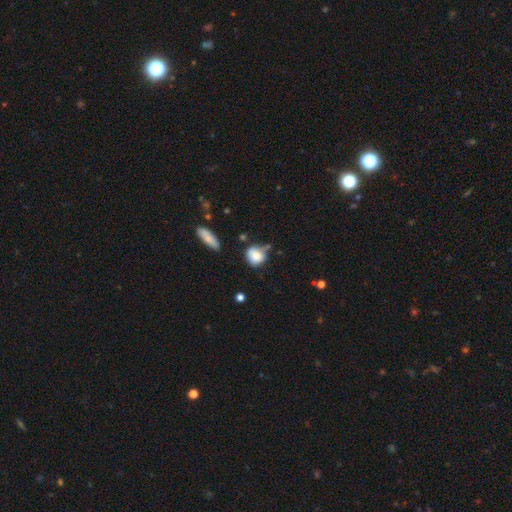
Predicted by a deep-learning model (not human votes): Smooth or featured? smooth (80%)
How rounded? round (68%)
Merging? none (48%)